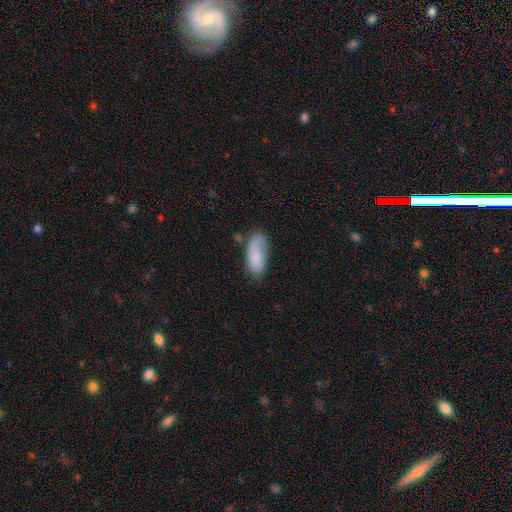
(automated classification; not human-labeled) Overall: smooth (78%). How rounded: in between (87%). Merging: none (52%; minor disturbance 29%).